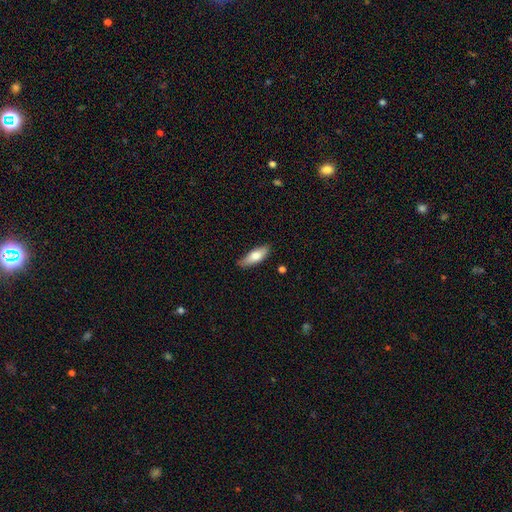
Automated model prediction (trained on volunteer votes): smooth-or-featured: smooth: 74% | featured or disk: 20% | star or artifact: 6%
  how-rounded: in between: 66% | cigar-shaped: 32% | round: 2%
  merging: none: 80% | minor disturbance: 16% | major disturbance: 3% | merger: 1%